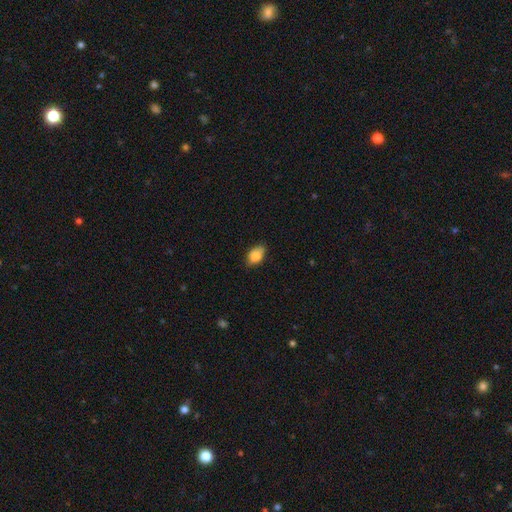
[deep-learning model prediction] Smooth or featured?
  - smooth: 85% *
  - star or artifact: 8%
  - featured or disk: 7%
How rounded?
  - in between: 82% *
  - round: 16%
  - cigar-shaped: 2%
Merging?
  - none: 65% *
  - minor disturbance: 28%
  - major disturbance: 5%
  - merger: 2%